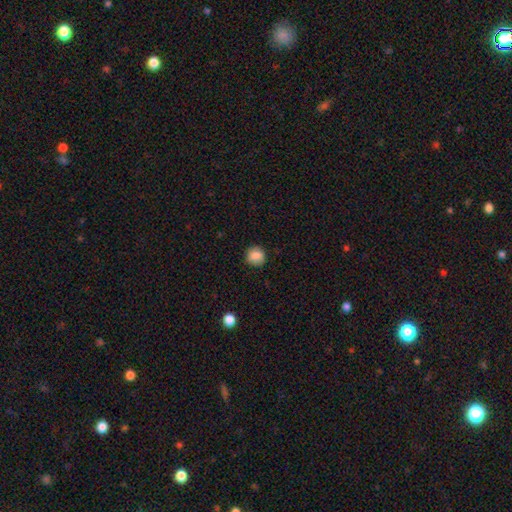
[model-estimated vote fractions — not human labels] A smooth galaxy with no disk features (86%) that is round (88%).

Vote fractions:
- Smooth or featured? smooth: 86% / star or artifact: 9% / featured or disk: 5%
- How rounded? round: 88% / in between: 11% / cigar-shaped: 1%
- Merging? none: 85% / minor disturbance: 11% / major disturbance: 3% / merger: 1%